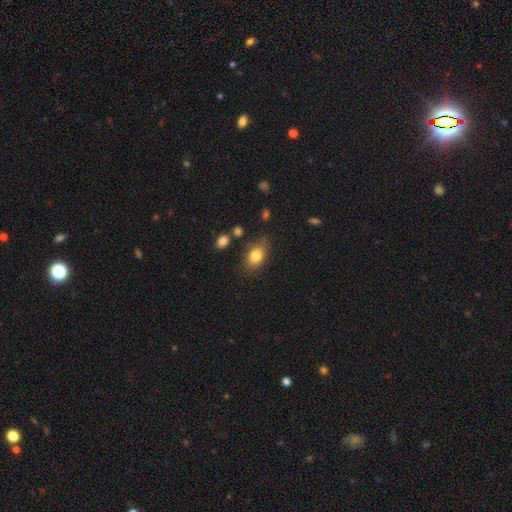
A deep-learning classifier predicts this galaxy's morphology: This appears to be a smooth galaxy with no disk features (82%) that is in between round and cigar-shaped (79%). Merging: none (74%).